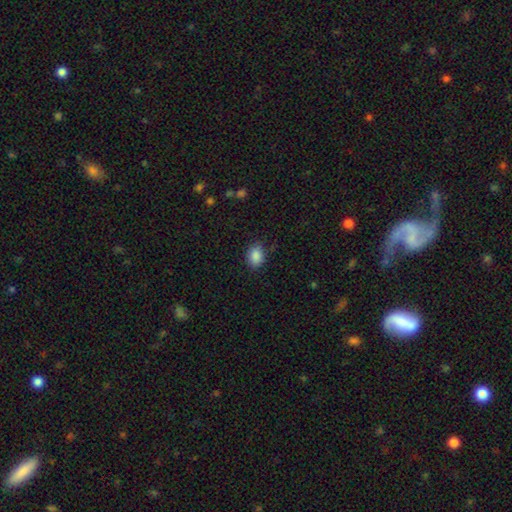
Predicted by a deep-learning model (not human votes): Smooth or featured? smooth (88%)
How rounded? in between (70%)
Merging? none (79%)